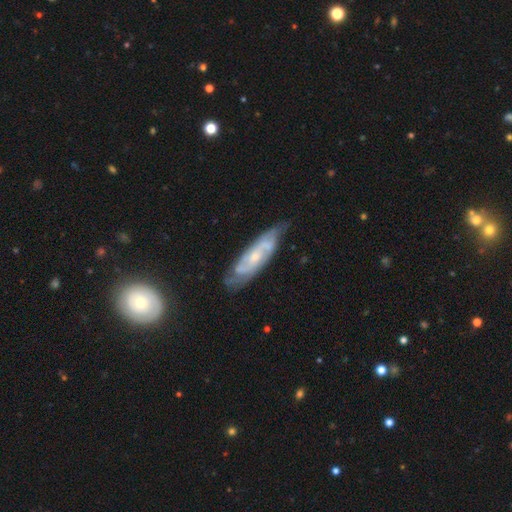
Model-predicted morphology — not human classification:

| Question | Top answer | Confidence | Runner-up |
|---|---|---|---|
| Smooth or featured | featured or disk | 78% | smooth (16%) |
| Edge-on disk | no | 79% | yes (21%) |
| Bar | no | 58% | weak (34%) |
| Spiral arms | yes | 91% | no (9%) |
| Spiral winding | tight | 51% | medium (38%) |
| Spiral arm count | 2 | 49% | can't tell (34%) |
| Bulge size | small | 61% | moderate (33%) |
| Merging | none | 70% | minor disturbance (22%) |